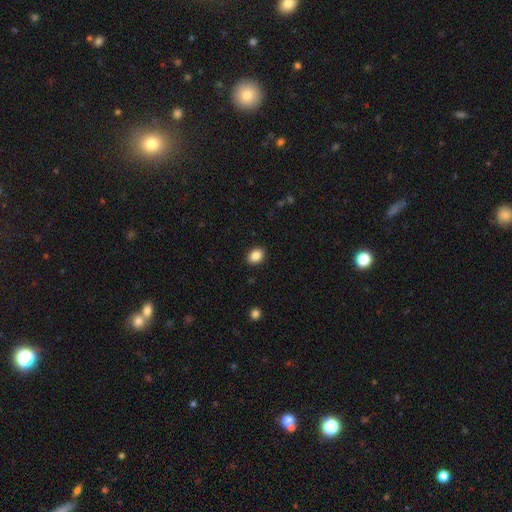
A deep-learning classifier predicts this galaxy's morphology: smooth 88%, star or artifact 9%, featured or disk 4%. Down the decision tree: how rounded — in between (68%); merging — none (90%).